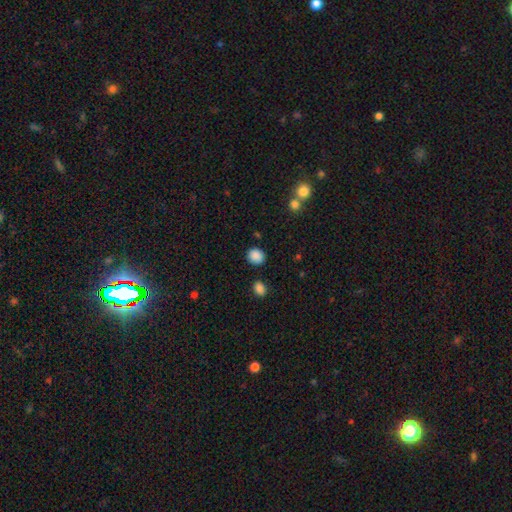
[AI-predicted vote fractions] Q: Smooth or featured?
A: smooth (88%); runner-up: star or artifact (9%)
Q: How rounded?
A: round (78%); runner-up: in between (21%)
Q: Merging?
A: none (86%); runner-up: minor disturbance (9%)